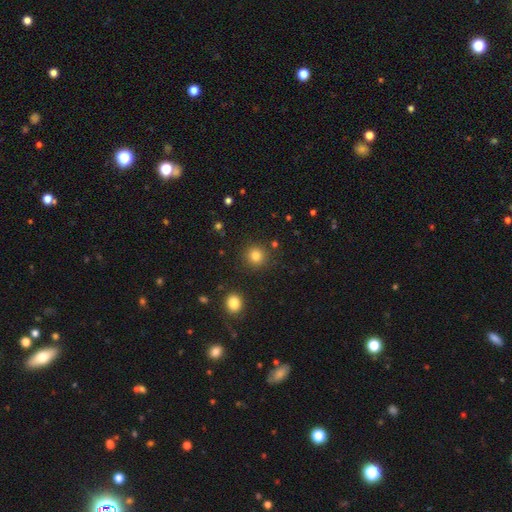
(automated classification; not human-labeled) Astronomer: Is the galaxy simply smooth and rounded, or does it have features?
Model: smooth — 82%.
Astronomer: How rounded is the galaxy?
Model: round — 93%.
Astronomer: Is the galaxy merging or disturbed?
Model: none — 89%.